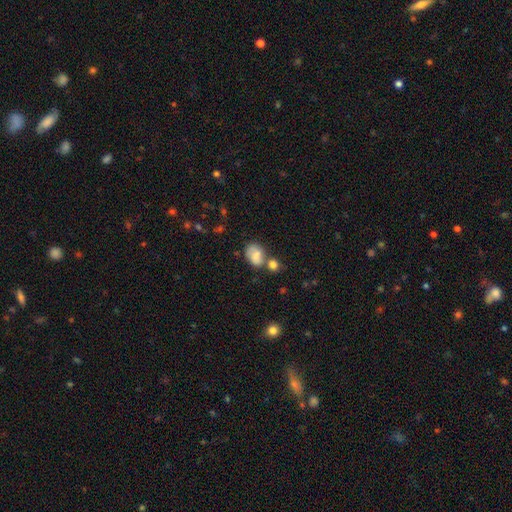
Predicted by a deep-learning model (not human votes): Morphology: type=smooth (78%); roundness=in between (75%); merging=none (43%).